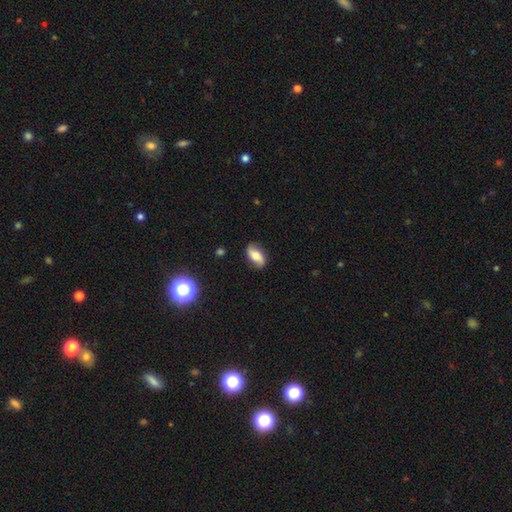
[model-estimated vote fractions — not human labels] Smooth or featured? Predicted: smooth (p=0.61). How rounded? Predicted: in between (p=0.87). Merging? Predicted: none (p=0.81).